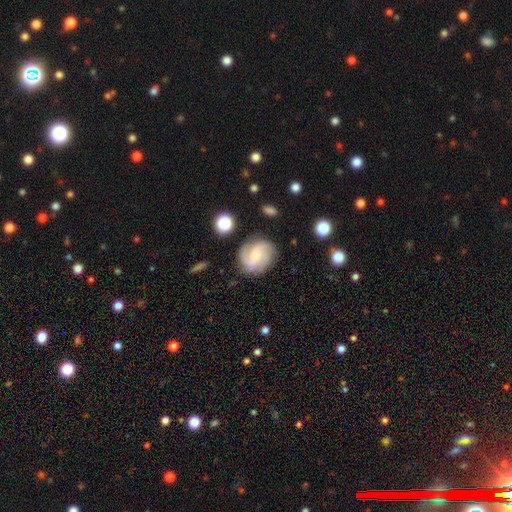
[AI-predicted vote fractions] Overall: featured or disk (75%). Edge-on disk: no (98%). Bar: no (51%; weak 41%). Spiral arms: yes (95%). Spiral arm count: 3 (36%; 2 34%). Spiral winding: medium (47%; tight 31%). Bulge size: small (53%; moderate 38%). Merging: none (77%).